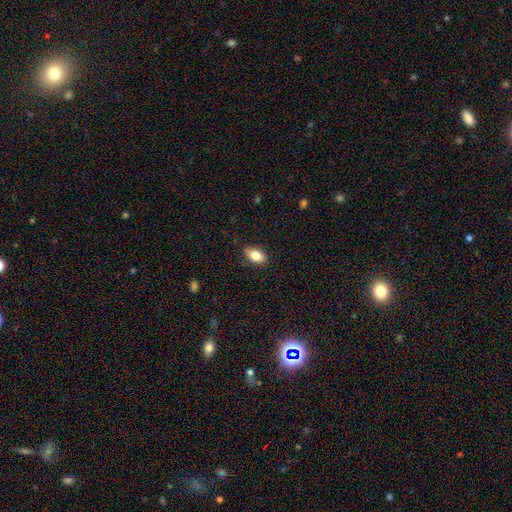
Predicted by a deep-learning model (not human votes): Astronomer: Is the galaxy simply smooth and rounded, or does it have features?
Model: smooth — 80%.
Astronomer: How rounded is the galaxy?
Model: in between — 90%.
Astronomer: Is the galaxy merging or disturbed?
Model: none — 86%.